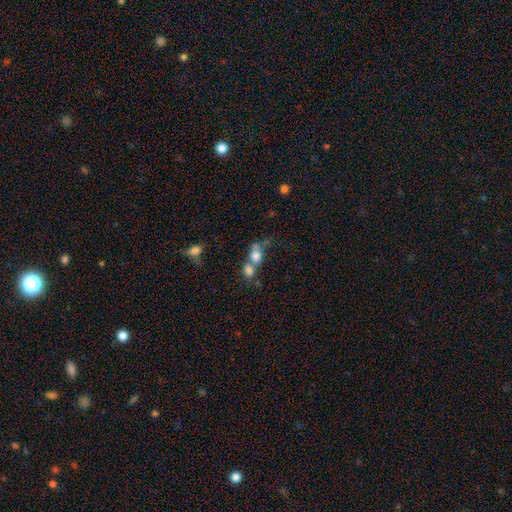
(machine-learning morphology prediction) Smooth or featured? smooth (72%)
How rounded? round (55%)
Merging? merger (63%)